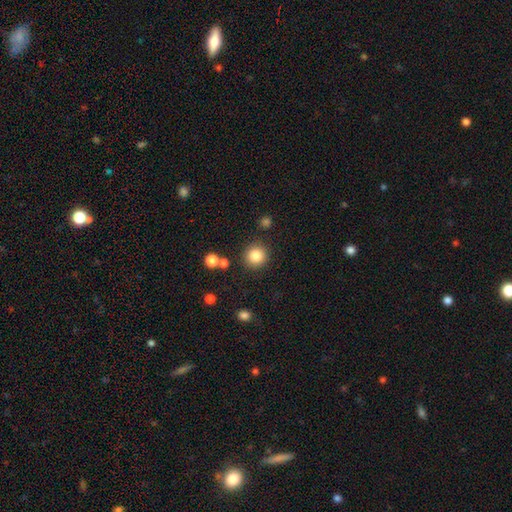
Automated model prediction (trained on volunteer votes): This appears to be a smooth galaxy with no disk features (84%) that is round (93%). Merging: none (86%).